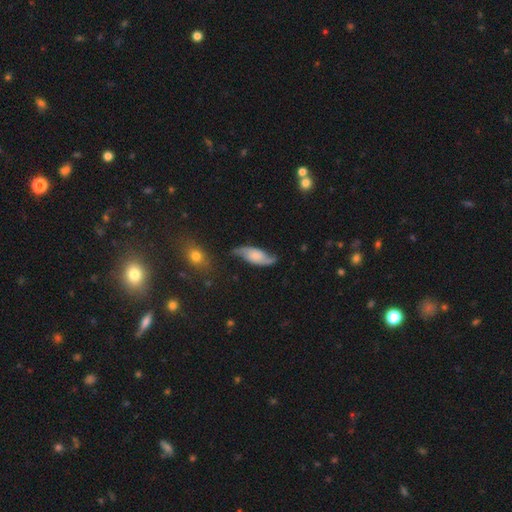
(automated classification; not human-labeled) Overall: featured or disk (62%; smooth 31%). Edge-on disk: no (89%). Bar: no (66%; weak 27%). Spiral arms: yes (92%). Spiral arm count: 2 (88%). Spiral winding: loose (55%; medium 32%). Bulge size: small (37%; moderate 25%). Merging: none (64%; minor disturbance 24%).